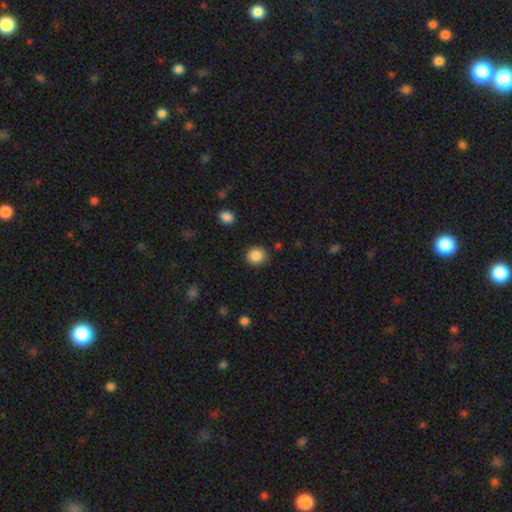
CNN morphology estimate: Smooth or featured: smooth — 87% (star or artifact — 9%)
How rounded: round — 83% (in between — 17%)
Merging: none — 88% (minor disturbance — 8%)